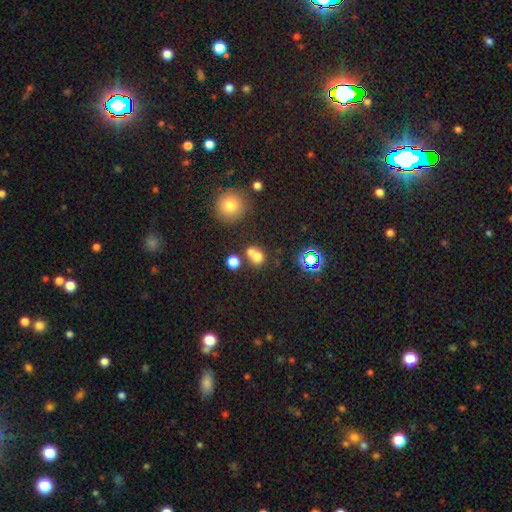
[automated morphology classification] Smooth or featured: smooth — 68% (star or artifact — 19%)
How rounded: round — 71% (in between — 28%)
Merging: merger — 48% (none — 39%)